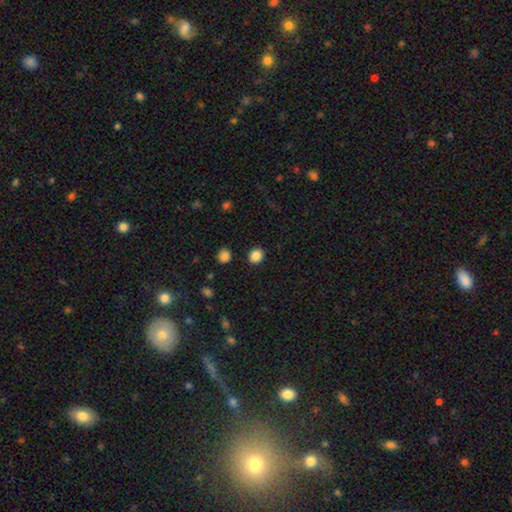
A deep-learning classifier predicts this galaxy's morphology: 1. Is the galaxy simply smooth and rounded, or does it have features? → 86% smooth, 10% star or artifact, 4% featured or disk.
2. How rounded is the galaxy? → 69% round, 30% in between, 1% cigar-shaped.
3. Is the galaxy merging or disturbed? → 90% none, 6% minor disturbance, 2% merger, 2% major disturbance.